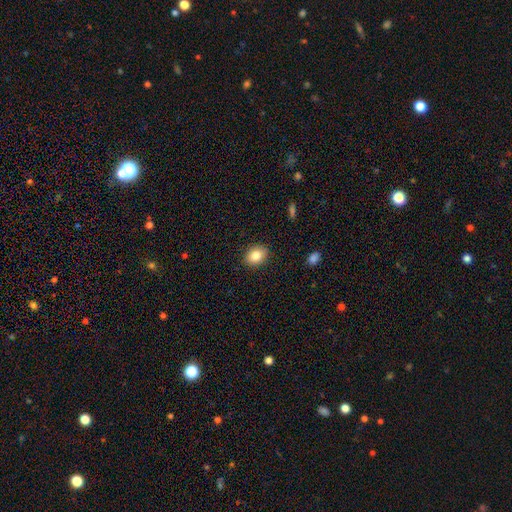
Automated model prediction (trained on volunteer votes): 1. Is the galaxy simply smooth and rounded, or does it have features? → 83% smooth, 9% star or artifact, 8% featured or disk.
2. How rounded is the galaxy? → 58% in between, 41% round, 1% cigar-shaped.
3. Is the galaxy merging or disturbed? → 89% none, 8% minor disturbance, 2% major disturbance, 1% merger.